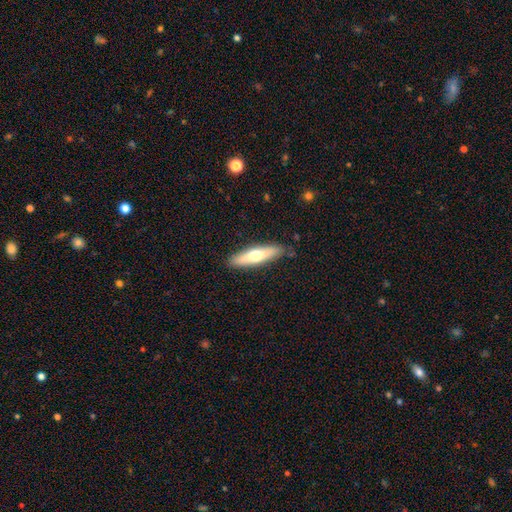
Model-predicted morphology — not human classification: Q: Smooth or featured?
A: smooth (54%); runner-up: featured or disk (41%)
Q: How rounded?
A: cigar-shaped (73%); runner-up: in between (26%)
Q: Merging?
A: none (86%); runner-up: minor disturbance (11%)